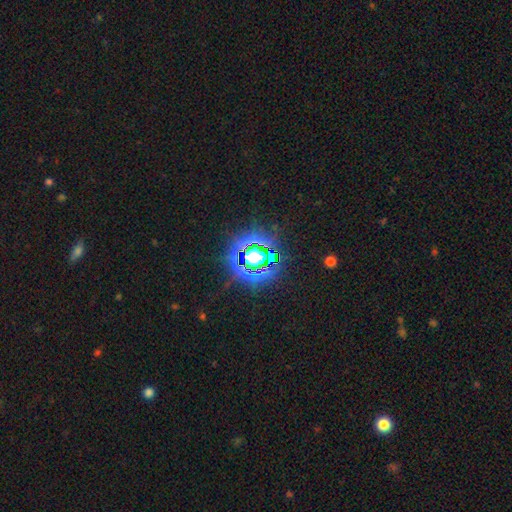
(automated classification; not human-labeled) This appears to be a star or artifact, not a galaxy (77%).